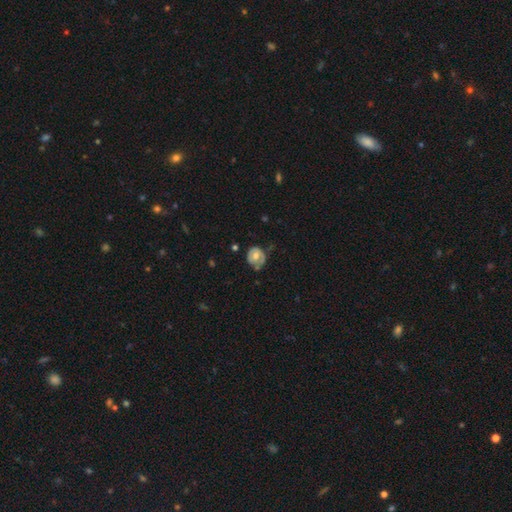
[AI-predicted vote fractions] Smooth or featured?
  - featured or disk: 47% *
  - smooth: 46%
  - star or artifact: 6%
Merging?
  - none: 54% *
  - minor disturbance: 31%
  - major disturbance: 11%
  - merger: 4%